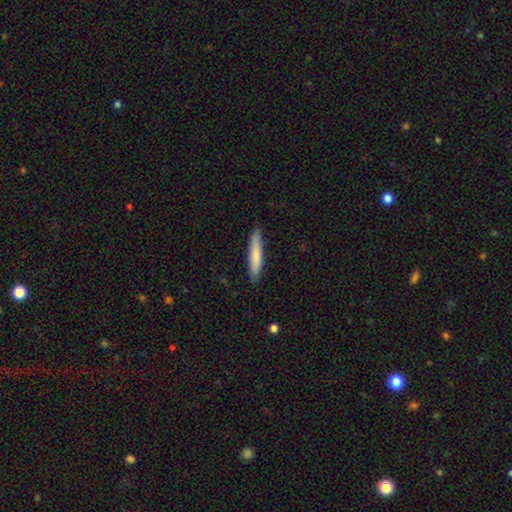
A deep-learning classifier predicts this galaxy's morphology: Smooth or featured?
  - smooth: 78% *
  - featured or disk: 17%
  - star or artifact: 5%
How rounded?
  - cigar-shaped: 91% *
  - in between: 8%
  - round: 1%
Merging?
  - none: 88% *
  - minor disturbance: 10%
  - major disturbance: 2%
  - merger: 1%